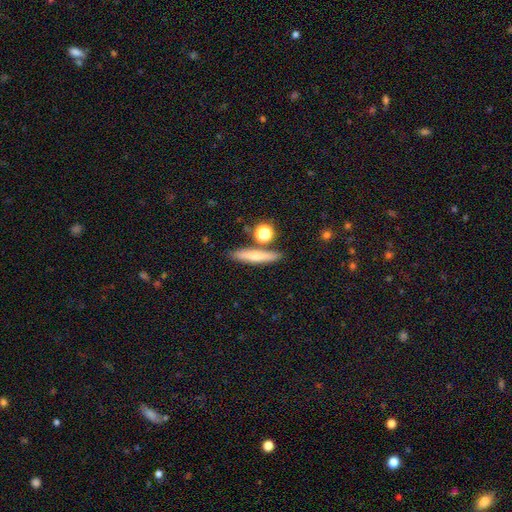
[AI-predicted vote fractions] This appears to be a smooth galaxy with no disk features (62%) that is cigar-shaped (81%). Merging: none (79%).